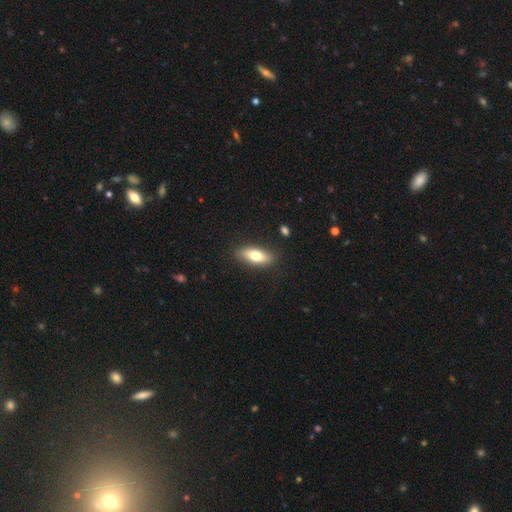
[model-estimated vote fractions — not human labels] Smooth or featured? Predicted: smooth (p=0.74). How rounded? Predicted: in between (p=0.74). Merging? Predicted: none (p=0.86).